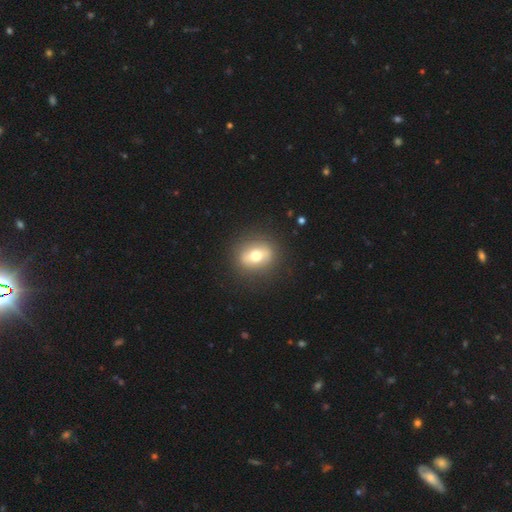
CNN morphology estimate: A smooth galaxy with no disk features (56%) that is round (51%).

Vote fractions:
- Smooth or featured? smooth: 56% / featured or disk: 35% / star or artifact: 9%
- How rounded? round: 51% / in between: 46% / cigar-shaped: 3%
- Merging? none: 87% / minor disturbance: 9% / major disturbance: 3% / merger: 1%